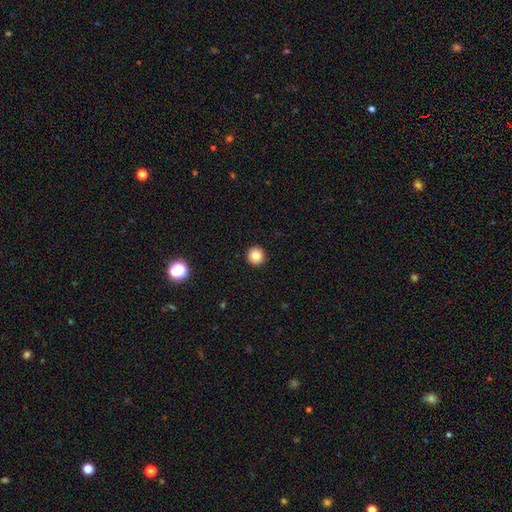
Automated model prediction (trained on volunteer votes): Smooth or featured? smooth (83%)
How rounded? round (96%)
Merging? none (94%)